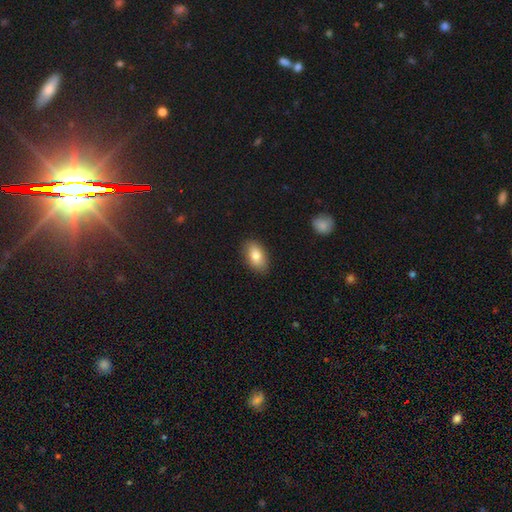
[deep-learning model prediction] This appears to be a smooth galaxy with no disk features (81%) that is in between round and cigar-shaped (91%). Merging: none (87%).